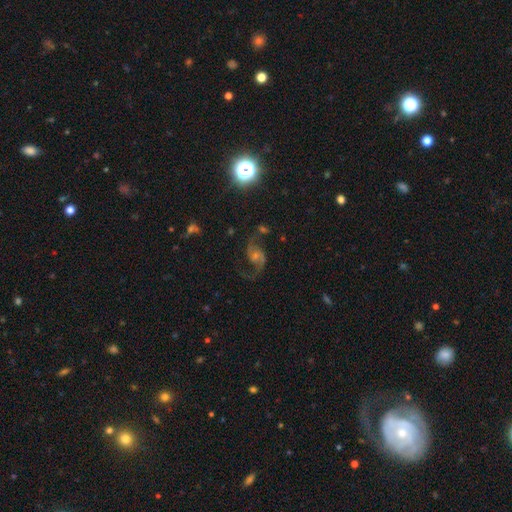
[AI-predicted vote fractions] Q: Smooth or featured?
A: featured or disk (79%); runner-up: star or artifact (14%)
Q: Edge-on disk?
A: no (98%); runner-up: yes (2%)
Q: Bar?
A: no (58%); runner-up: weak (33%)
Q: Spiral arms?
A: yes (96%); runner-up: no (4%)
Q: Spiral winding?
A: loose (46%); runner-up: medium (44%)
Q: Spiral arm count?
A: 2 (91%); runner-up: 1 (4%)
Q: Bulge size?
A: small (46%); runner-up: moderate (38%)
Q: Merging?
A: none (71%); runner-up: minor disturbance (15%)